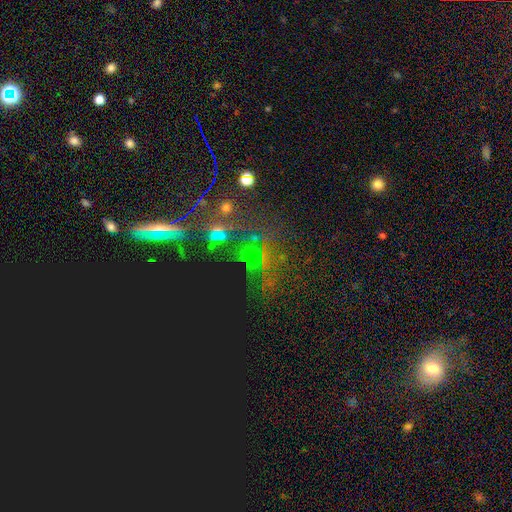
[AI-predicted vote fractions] This appears to be a star or artifact, not a galaxy (50%).